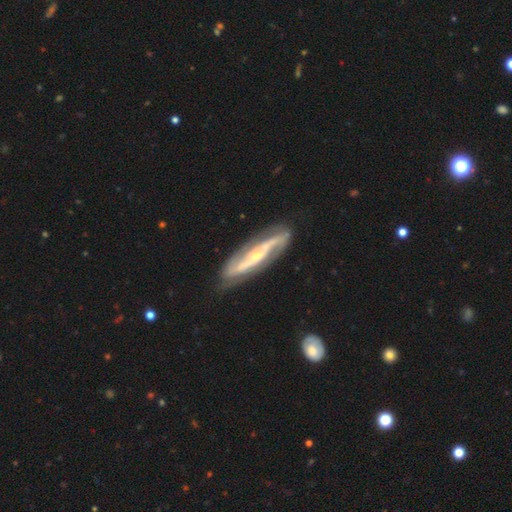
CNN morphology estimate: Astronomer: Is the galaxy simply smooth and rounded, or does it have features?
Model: featured or disk — 87%.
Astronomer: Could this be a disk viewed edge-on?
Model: no — 78%.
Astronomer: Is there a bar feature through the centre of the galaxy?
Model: strong — 46% (runner-up: no, 31%).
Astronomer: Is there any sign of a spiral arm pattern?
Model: yes — 93%.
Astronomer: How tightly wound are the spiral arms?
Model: medium — 39% (runner-up: loose, 37%).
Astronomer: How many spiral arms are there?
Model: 2 — 87%.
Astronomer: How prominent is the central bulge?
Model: small — 58% (runner-up: moderate, 37%).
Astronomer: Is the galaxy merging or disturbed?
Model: none — 79%.